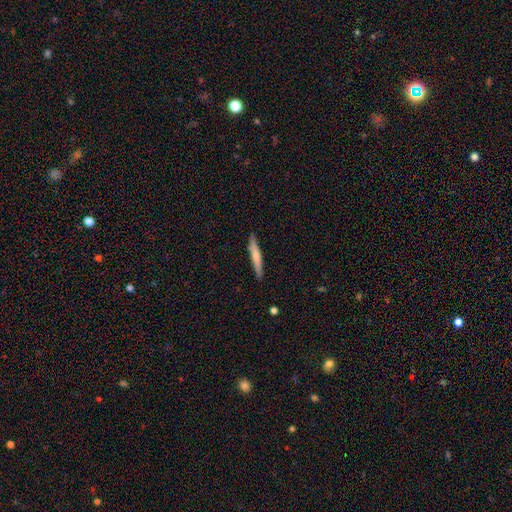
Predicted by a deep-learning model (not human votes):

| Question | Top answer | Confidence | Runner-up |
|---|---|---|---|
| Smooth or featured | smooth | 63% | featured or disk (31%) |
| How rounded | cigar-shaped | 94% | in between (5%) |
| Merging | none | 89% | minor disturbance (8%) |